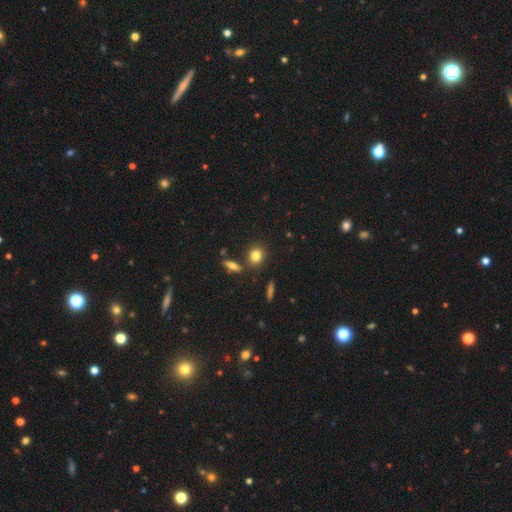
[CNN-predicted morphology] smooth 81%, star or artifact 10%, featured or disk 9%. Down the decision tree: how rounded — round (61%); merging — none (78%).